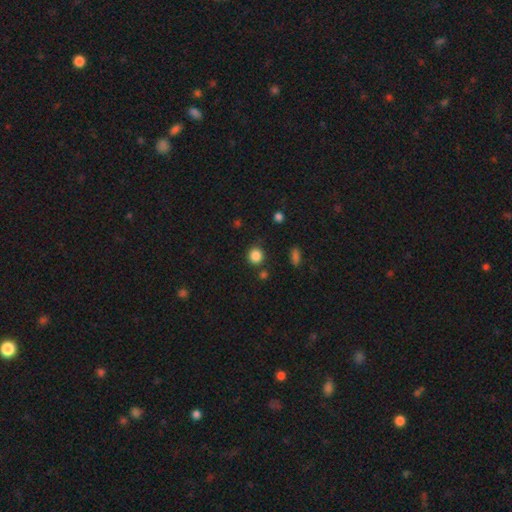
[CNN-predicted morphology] Smooth or featured: smooth — 86% (star or artifact — 11%)
How rounded: round — 87% (in between — 12%)
Merging: none — 83% (minor disturbance — 9%)